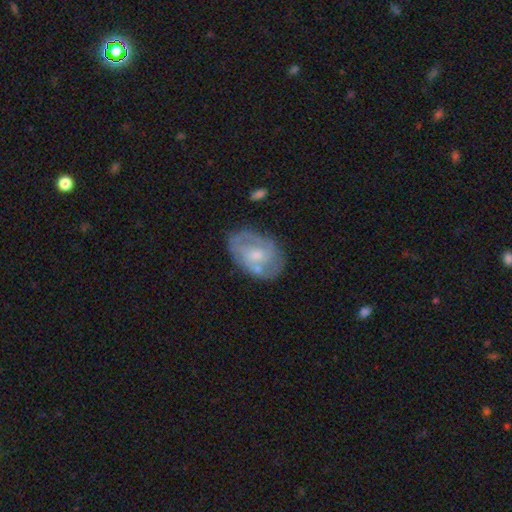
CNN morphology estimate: This is likely a featured or disk galaxy (64%). It is clearly not viewed edge-on (97%). Bar: likely no (64%). Spiral arm pattern: likely yes (65%). Central bulge: possibly small (47%). Merging: likely none (63%).